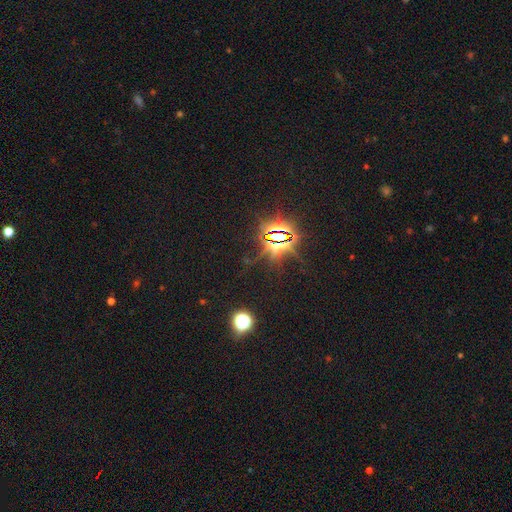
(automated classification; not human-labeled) smooth_or_featured: star or artifact (p=0.84) [alt: smooth p=0.09]